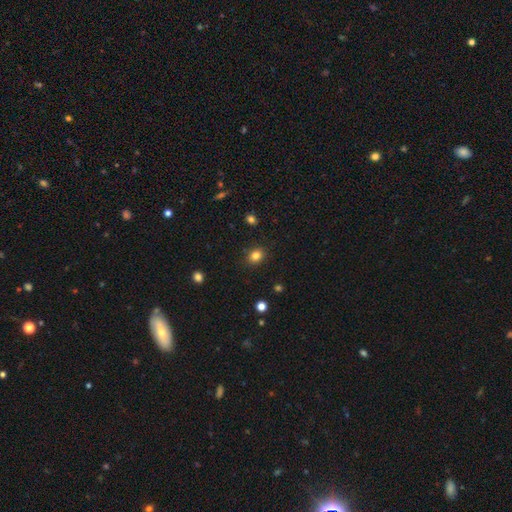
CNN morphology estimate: type=smooth (83%); roundness=round (53%); merging=none (87%).